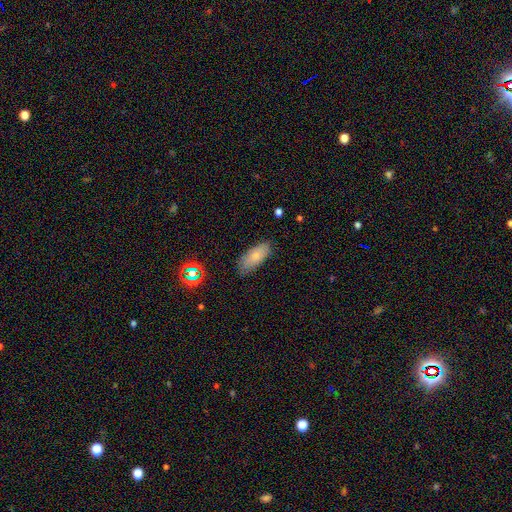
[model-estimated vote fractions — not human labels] Smooth or featured?
  - smooth: 76% *
  - featured or disk: 15%
  - star or artifact: 9%
How rounded?
  - in between: 85% *
  - cigar-shaped: 13%
  - round: 3%
Merging?
  - none: 77% *
  - minor disturbance: 18%
  - major disturbance: 3%
  - merger: 1%